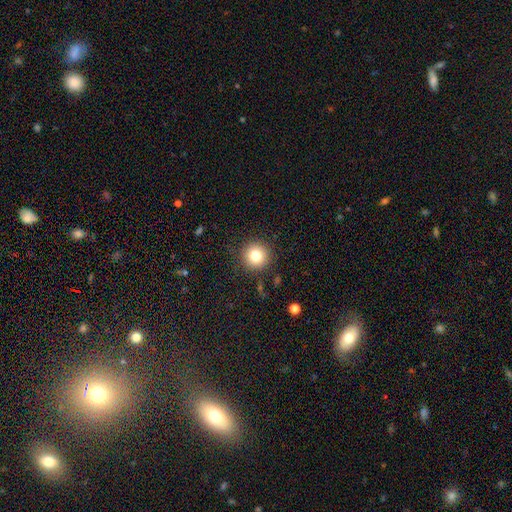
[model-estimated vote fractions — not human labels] Smooth or featured?
  - smooth: 79% *
  - star or artifact: 11%
  - featured or disk: 9%
How rounded?
  - round: 95% *
  - in between: 4%
  - cigar-shaped: 1%
Merging?
  - none: 90% *
  - minor disturbance: 6%
  - major disturbance: 2%
  - merger: 1%